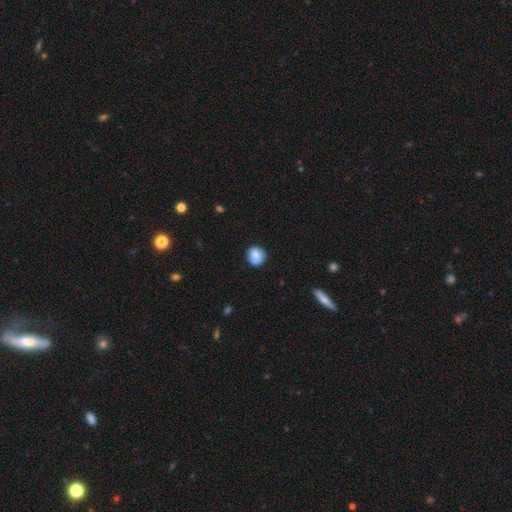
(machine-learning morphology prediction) The model was most divided on "merging": none: 76%, minor disturbance: 17%, major disturbance: 4%, merger: 3%. More confident: how rounded — round (87%); smooth or featured — smooth (78%).